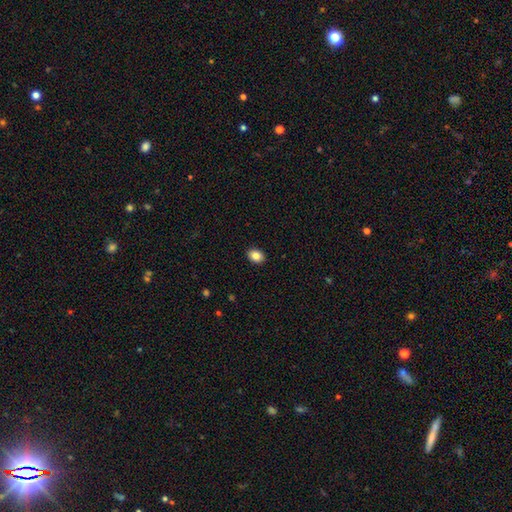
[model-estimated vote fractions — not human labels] A smooth galaxy with no disk features (86%) that is in between round and cigar-shaped (65%).

Vote fractions:
- Smooth or featured? smooth: 86% / star or artifact: 9% / featured or disk: 5%
- How rounded? in between: 65% / round: 34% / cigar-shaped: 1%
- Merging? none: 91% / minor disturbance: 7% / major disturbance: 2% / merger: 1%